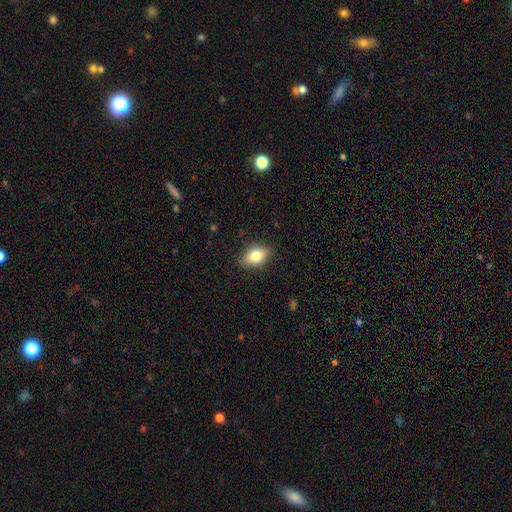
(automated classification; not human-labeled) A smooth galaxy with no disk features (80%) that is in between round and cigar-shaped (85%). Merging: none (87%).